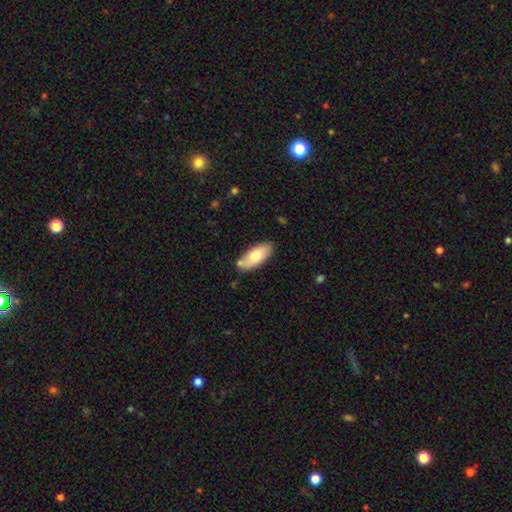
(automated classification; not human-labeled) Overall: smooth (70%). How rounded: in between (87%). Merging: none (76%).